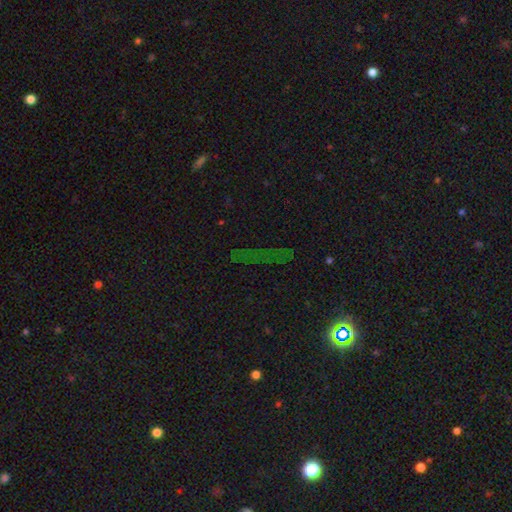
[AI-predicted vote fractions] Smooth or featured?
  - star or artifact: 65% *
  - smooth: 21%
  - featured or disk: 14%